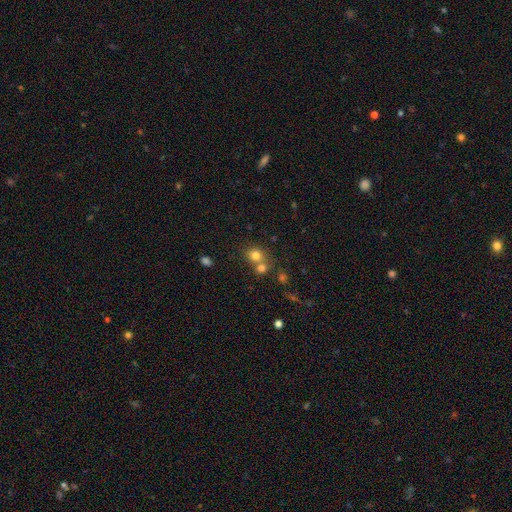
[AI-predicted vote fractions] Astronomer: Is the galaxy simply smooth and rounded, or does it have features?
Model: smooth — 77%.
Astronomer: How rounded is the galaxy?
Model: round — 78%.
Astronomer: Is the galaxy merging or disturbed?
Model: none — 50% (runner-up: merger, 39%).